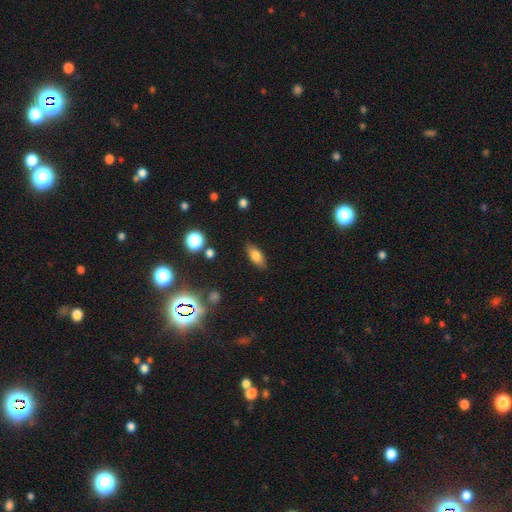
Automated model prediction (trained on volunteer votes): A smooth galaxy with no disk features (76%) that is in between round and cigar-shaped (81%).

Vote fractions:
- Smooth or featured? smooth: 76% / featured or disk: 14% / star or artifact: 10%
- How rounded? in between: 81% / cigar-shaped: 15% / round: 4%
- Merging? none: 86% / minor disturbance: 10% / major disturbance: 3% / merger: 1%